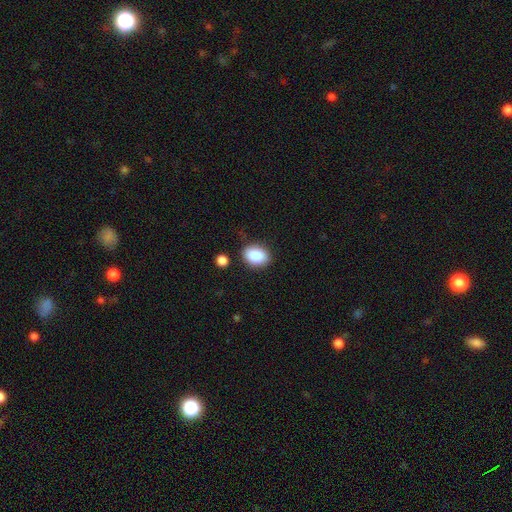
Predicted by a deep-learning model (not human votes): Morphology: type=smooth (87%); roundness=in between (74%); merging=none (81%).